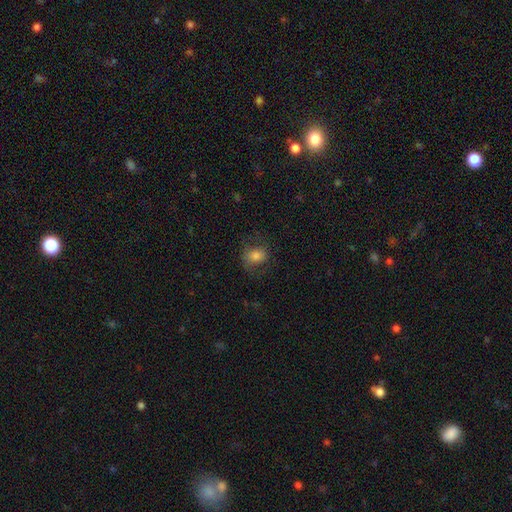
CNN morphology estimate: Smooth or featured? smooth (70%)
How rounded? round (53%)
Merging? none (65%)